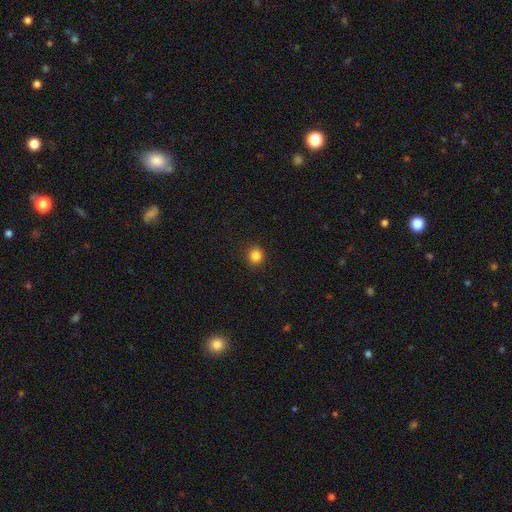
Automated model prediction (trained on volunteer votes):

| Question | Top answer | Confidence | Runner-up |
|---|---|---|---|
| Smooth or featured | smooth | 85% | star or artifact (12%) |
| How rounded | round | 90% | in between (9%) |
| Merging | none | 91% | minor disturbance (6%) |